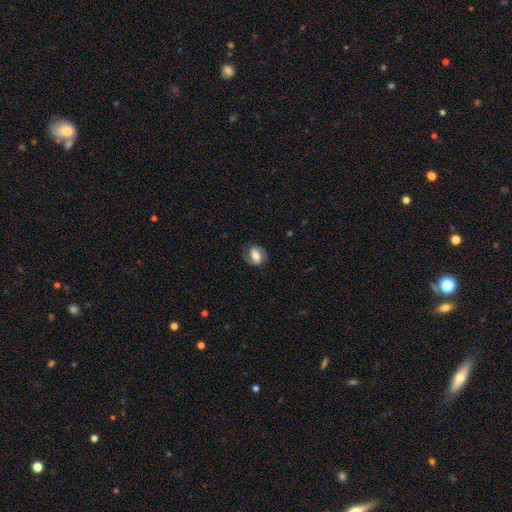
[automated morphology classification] featured or disk 52%, smooth 41%, star or artifact 8%. Down the decision tree: edge-on disk — no (95%); merging — none (72%).